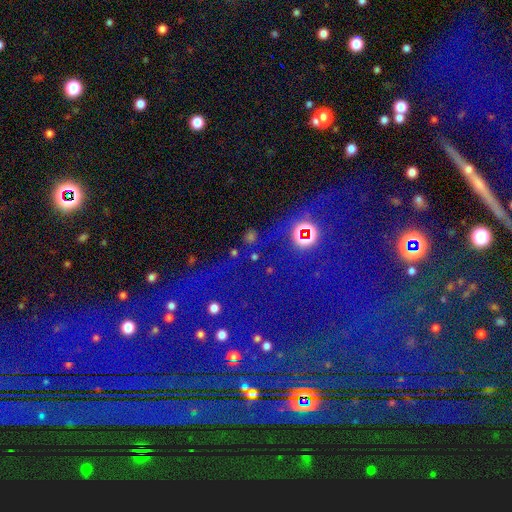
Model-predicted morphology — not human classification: Q: Smooth or featured?
A: star or artifact (80%); runner-up: smooth (11%)